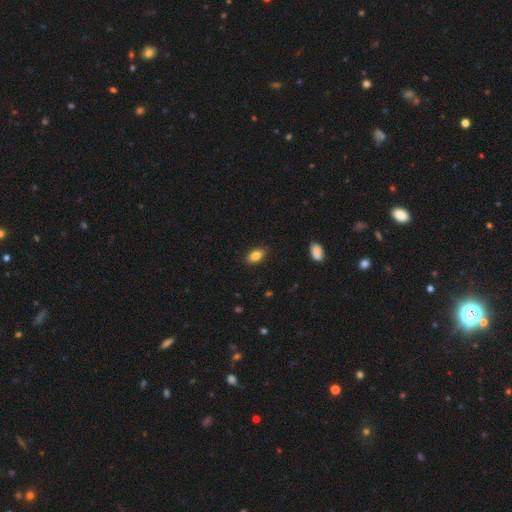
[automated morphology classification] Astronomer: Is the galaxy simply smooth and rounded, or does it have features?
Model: smooth — 84%.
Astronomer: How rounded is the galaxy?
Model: in between — 89%.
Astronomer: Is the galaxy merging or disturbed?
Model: none — 86%.